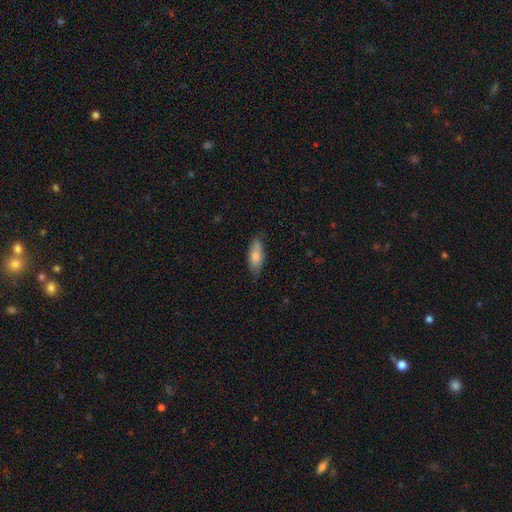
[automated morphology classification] This appears to be a smooth galaxy with no disk features (74%) that is in between round and cigar-shaped (74%). Merging: none (72%).